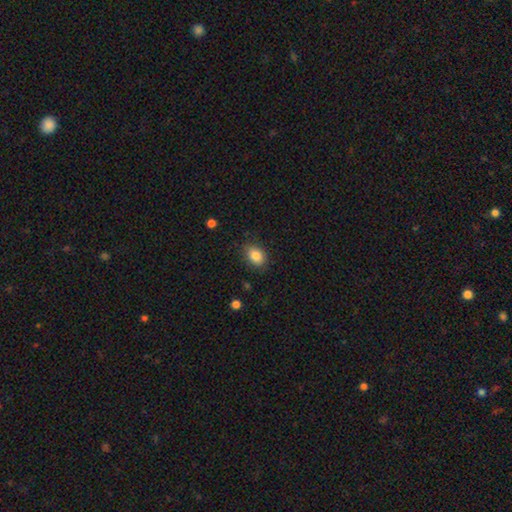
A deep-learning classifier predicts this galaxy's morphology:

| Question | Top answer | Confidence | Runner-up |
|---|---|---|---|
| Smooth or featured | smooth | 85% | star or artifact (9%) |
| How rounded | in between | 71% | round (28%) |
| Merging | none | 84% | minor disturbance (12%) |